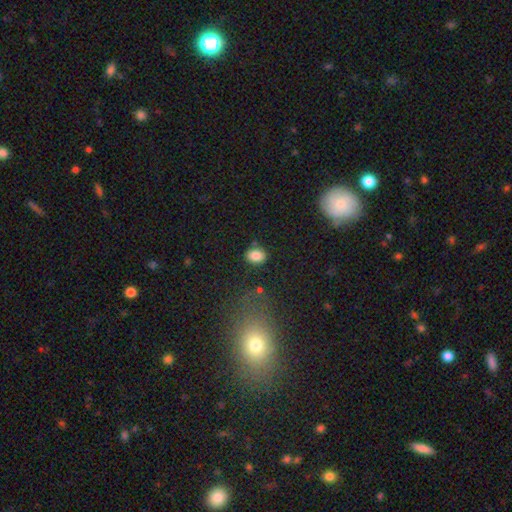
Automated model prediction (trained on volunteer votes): Q: Smooth or featured?
A: smooth (85%); runner-up: star or artifact (10%)
Q: How rounded?
A: in between (71%); runner-up: round (27%)
Q: Merging?
A: none (81%); runner-up: minor disturbance (12%)